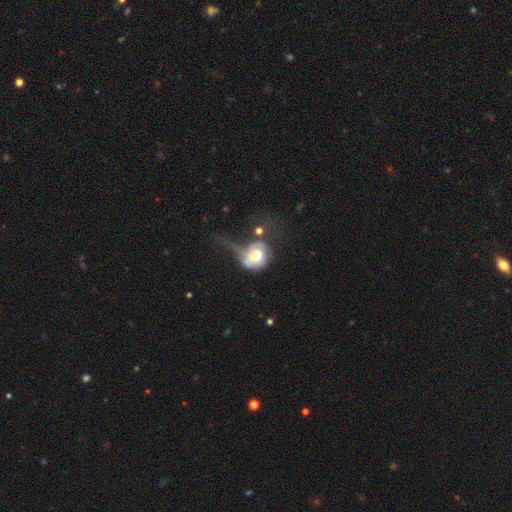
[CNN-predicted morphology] Smooth or featured: smooth — 56% (featured or disk — 36%)
How rounded: round — 65% (in between — 34%)
Merging: major disturbance — 55% (merger — 17%)